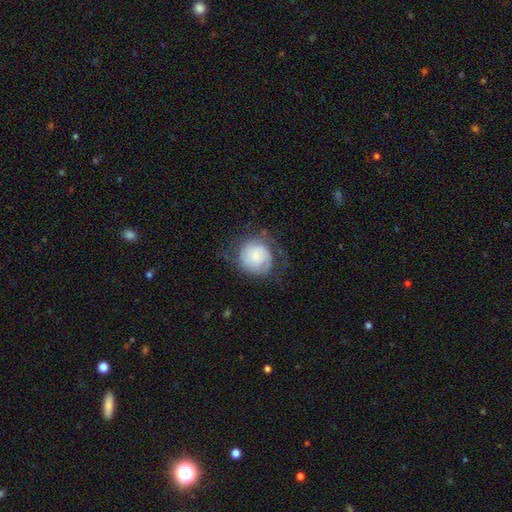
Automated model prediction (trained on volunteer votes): featured or disk 56%, smooth 37%, star or artifact 7%. Down the decision tree: edge-on disk — no (98%); bar — no (70%); spiral arms — yes (86%); bulge size — small (61%); merging — none (58%).